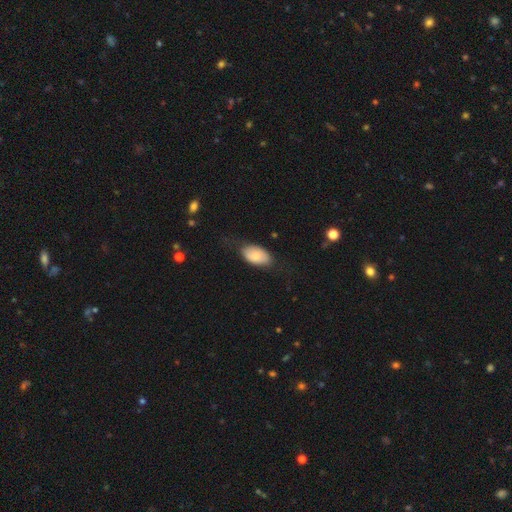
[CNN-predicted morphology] smooth_or_featured: smooth (p=0.73) [alt: featured or disk p=0.21]
how_rounded: in between (p=0.93) [alt: round p=0.05]
merging: none (p=0.71) [alt: minor disturbance p=0.20]